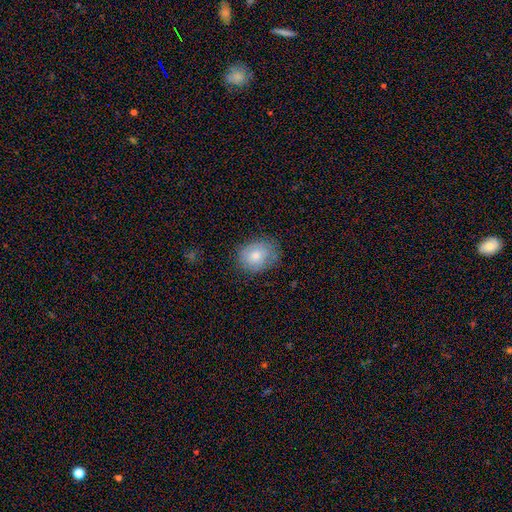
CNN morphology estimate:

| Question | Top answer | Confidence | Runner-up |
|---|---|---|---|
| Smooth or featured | smooth | 71% | featured or disk (21%) |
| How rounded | in between | 58% | round (41%) |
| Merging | none | 71% | minor disturbance (21%) |